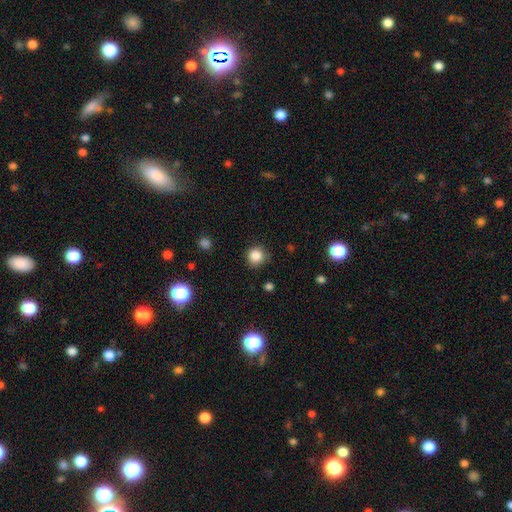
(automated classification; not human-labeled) smooth-or-featured: smooth: 84% | star or artifact: 12% | featured or disk: 4%
  how-rounded: round: 92% | in between: 7% | cigar-shaped: 1%
  merging: none: 84% | minor disturbance: 12% | major disturbance: 3% | merger: 2%